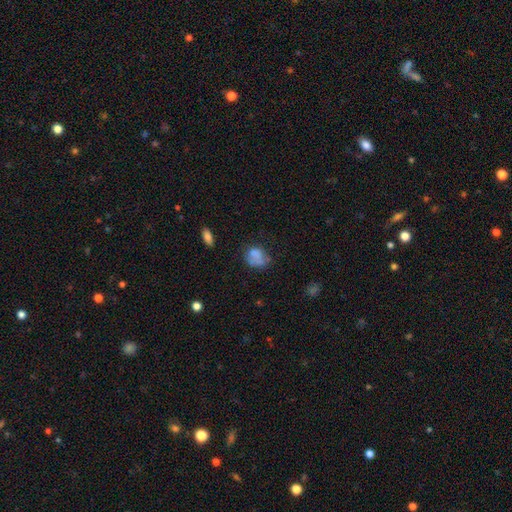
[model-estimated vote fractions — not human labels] Overall: smooth (68%). How rounded: in between (55%; round 44%). Merging: none (40%; minor disturbance 28%).